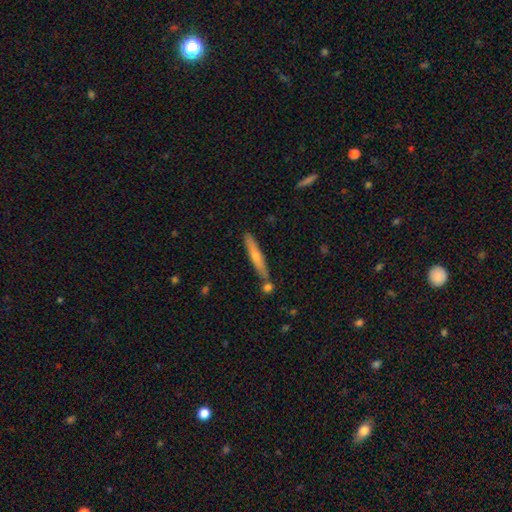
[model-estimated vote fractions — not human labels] Morphology: type=featured or disk (50%); edge-on=yes (92%); merging=none (81%).